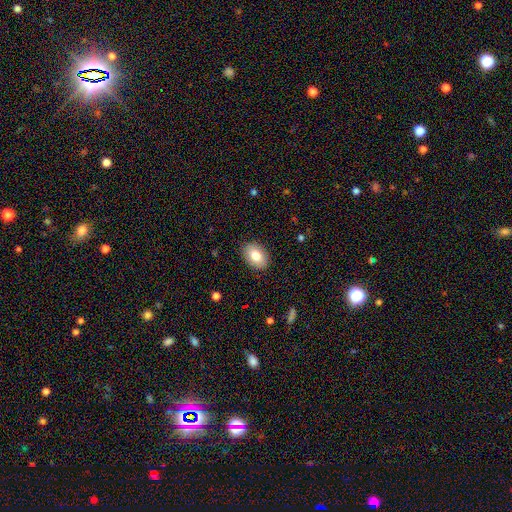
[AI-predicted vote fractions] smooth 79%, featured or disk 13%, star or artifact 7%. Down the decision tree: how rounded — in between (83%); merging — none (88%).